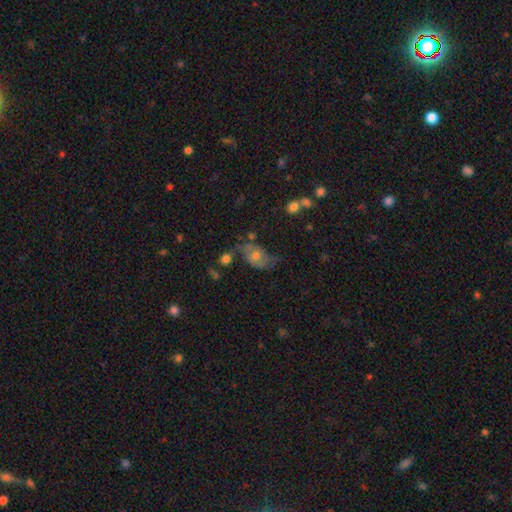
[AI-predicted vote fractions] Q: Smooth or featured?
A: featured or disk (53%); runner-up: smooth (34%)
Q: Edge-on disk?
A: no (94%); runner-up: yes (6%)
Q: Bar?
A: no (78%); runner-up: weak (18%)
Q: Spiral arms?
A: yes (71%); runner-up: no (29%)
Q: Bulge size?
A: moderate (64%); runner-up: small (25%)
Q: Merging?
A: none (46%); runner-up: minor disturbance (27%)